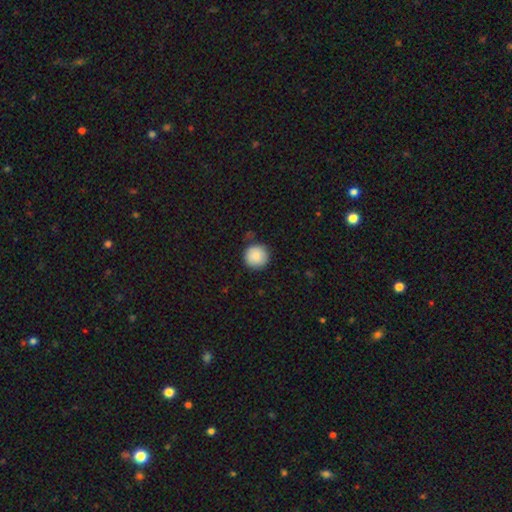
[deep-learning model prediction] Q: Smooth or featured?
A: smooth (88%); runner-up: star or artifact (8%)
Q: How rounded?
A: round (95%); runner-up: in between (4%)
Q: Merging?
A: none (85%); runner-up: minor disturbance (11%)